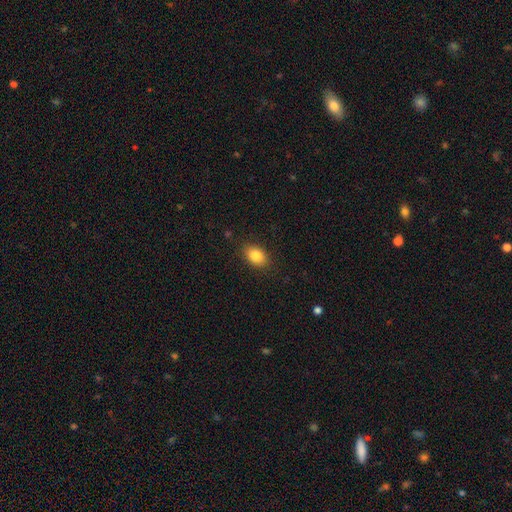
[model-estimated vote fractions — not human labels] smooth 85%, star or artifact 8%, featured or disk 6%. Down the decision tree: how rounded — in between (80%); merging — none (87%).